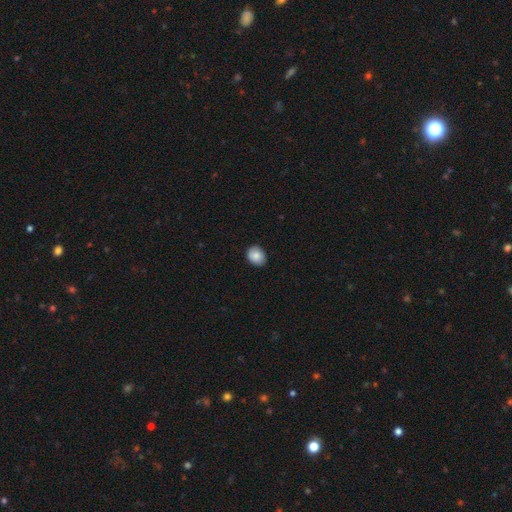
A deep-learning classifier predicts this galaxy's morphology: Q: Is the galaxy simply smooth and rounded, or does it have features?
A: smooth — 84%.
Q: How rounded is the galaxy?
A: round — 53%.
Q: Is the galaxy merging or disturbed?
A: none — 86%.